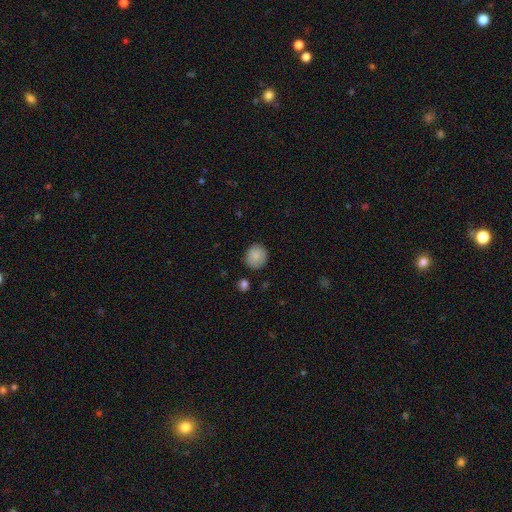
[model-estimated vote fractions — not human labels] The model was most divided on "how rounded": round: 79%, in between: 20%, cigar-shaped: 1%. More confident: smooth or featured — smooth (85%); merging — none (82%).